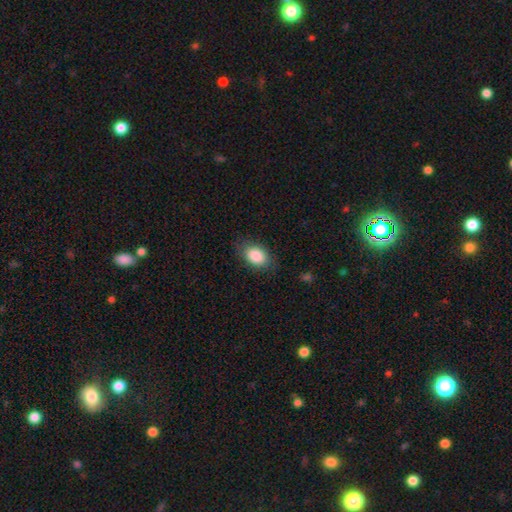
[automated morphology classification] This appears to be a smooth galaxy with no disk features (87%) that is in between round and cigar-shaped (85%). Merging: none (81%).